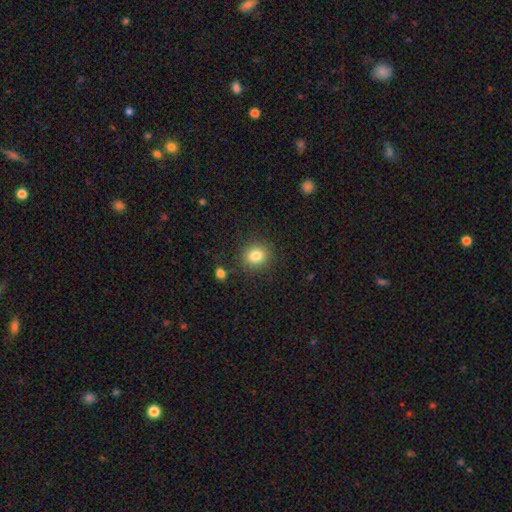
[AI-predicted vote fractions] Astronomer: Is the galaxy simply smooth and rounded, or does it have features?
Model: smooth — 83%.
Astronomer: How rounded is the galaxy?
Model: round — 78%.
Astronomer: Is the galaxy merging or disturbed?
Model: none — 87%.